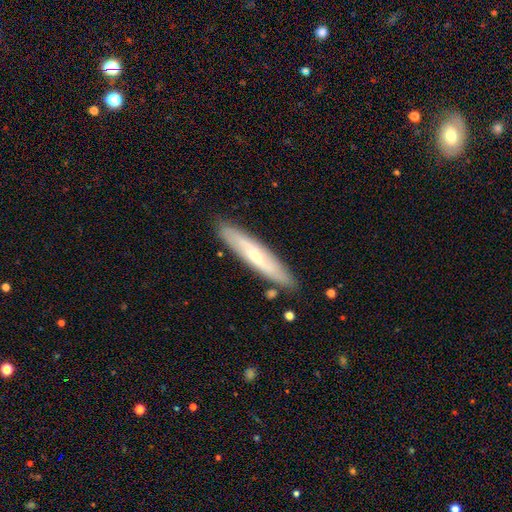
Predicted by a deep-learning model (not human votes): Smooth or featured? smooth (47%, tied with featured or disk)
Merging? none (85%)